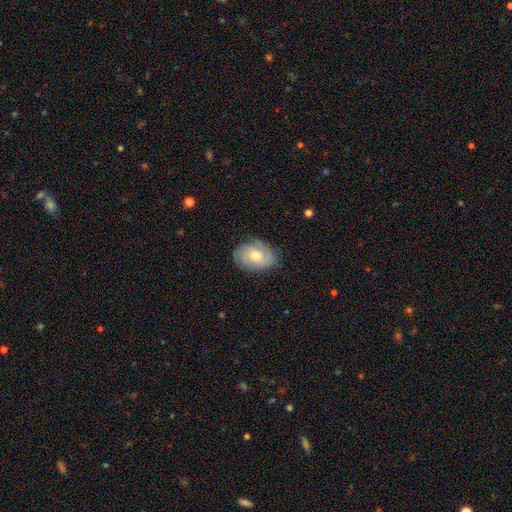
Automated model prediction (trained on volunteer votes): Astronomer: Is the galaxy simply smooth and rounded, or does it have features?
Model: featured or disk — 60%.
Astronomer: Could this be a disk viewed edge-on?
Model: no — 95%.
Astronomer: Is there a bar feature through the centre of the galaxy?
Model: no — 75%.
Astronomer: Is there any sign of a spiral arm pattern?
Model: yes — 85%.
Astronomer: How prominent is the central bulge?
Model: moderate — 67%.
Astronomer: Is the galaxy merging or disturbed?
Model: none — 75%.